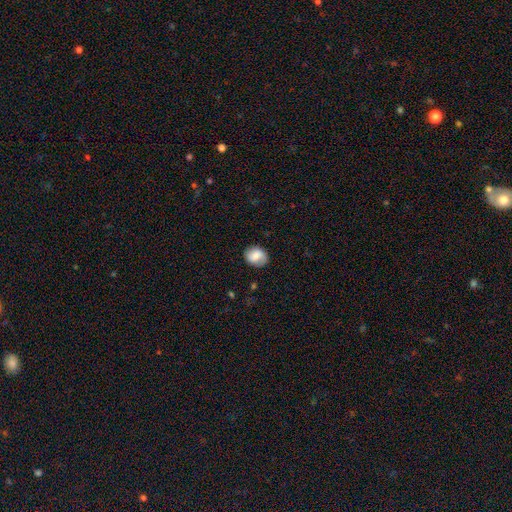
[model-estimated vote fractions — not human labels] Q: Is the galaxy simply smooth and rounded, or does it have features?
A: smooth — 73%.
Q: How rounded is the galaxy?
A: round — 58%.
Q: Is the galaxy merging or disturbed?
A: none — 77%.